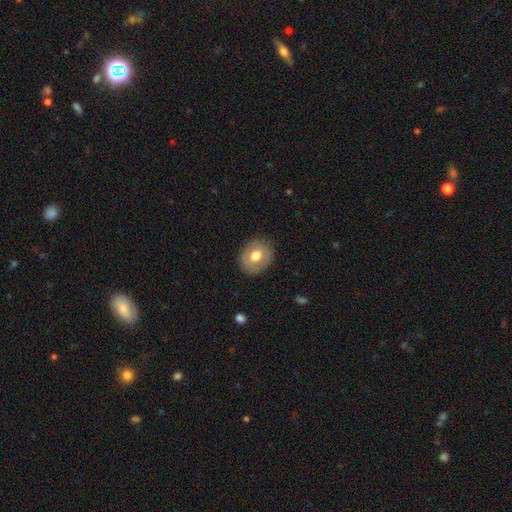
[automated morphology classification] This is likely a smooth galaxy (63%). How rounded: possibly round (60%). Merging: clearly none (84%).